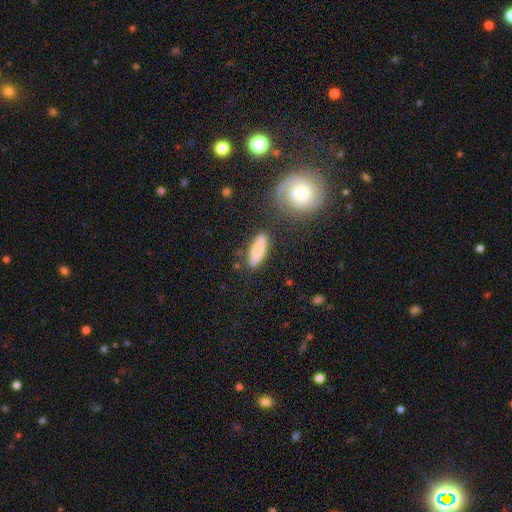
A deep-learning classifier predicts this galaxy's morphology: A smooth galaxy with no disk features (81%) that is cigar-shaped (54%).

Vote fractions:
- Smooth or featured? smooth: 81% / featured or disk: 12% / star or artifact: 7%
- How rounded? cigar-shaped: 54% / in between: 44% / round: 2%
- Merging? none: 77% / minor disturbance: 14% / merger: 5% / major disturbance: 4%